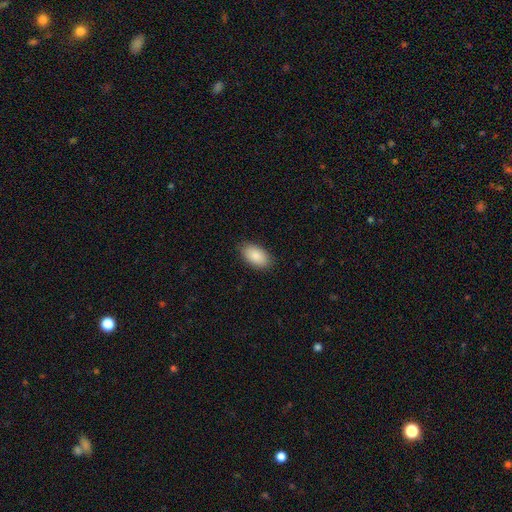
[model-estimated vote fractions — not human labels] Smooth or featured?
  - smooth: 88% *
  - star or artifact: 6%
  - featured or disk: 6%
How rounded?
  - in between: 95% *
  - round: 3%
  - cigar-shaped: 2%
Merging?
  - none: 86% *
  - minor disturbance: 10%
  - major disturbance: 2%
  - merger: 1%